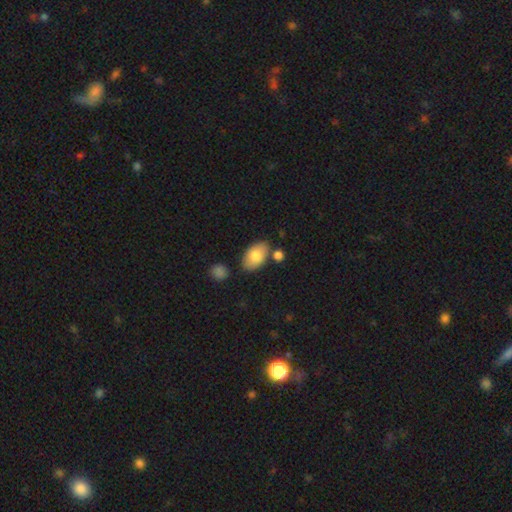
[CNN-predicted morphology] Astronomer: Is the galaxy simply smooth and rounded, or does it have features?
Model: smooth — 80%.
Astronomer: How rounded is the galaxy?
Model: in between — 93%.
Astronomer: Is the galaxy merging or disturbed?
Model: none — 72%.